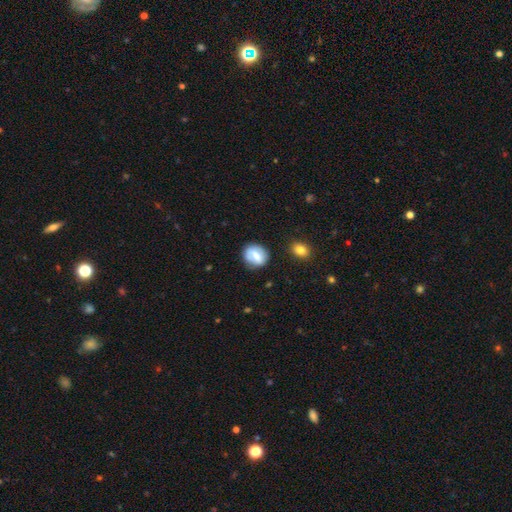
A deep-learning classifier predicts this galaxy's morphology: type=smooth (63%); roundness=round (70%); merging=none (77%).